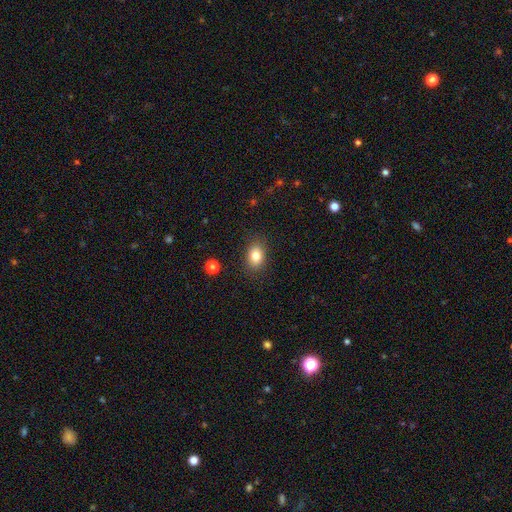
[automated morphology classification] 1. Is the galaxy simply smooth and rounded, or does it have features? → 82% smooth, 10% star or artifact, 8% featured or disk.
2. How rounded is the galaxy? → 75% in between, 24% round, 1% cigar-shaped.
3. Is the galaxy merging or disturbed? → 86% none, 10% minor disturbance, 3% major disturbance, 1% merger.